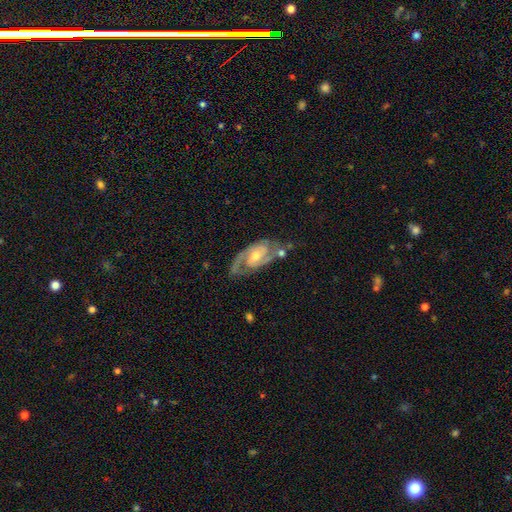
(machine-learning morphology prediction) This is clearly a featured or disk galaxy (89%). It is clearly not viewed edge-on (96%). Bar: possibly no (47%). Spiral arm pattern: clearly yes (97%). Spiral arm count: clearly 2 (89%). Spiral winding: possibly medium (50%). Central bulge: likely moderate (63%). Merging: likely none (70%).